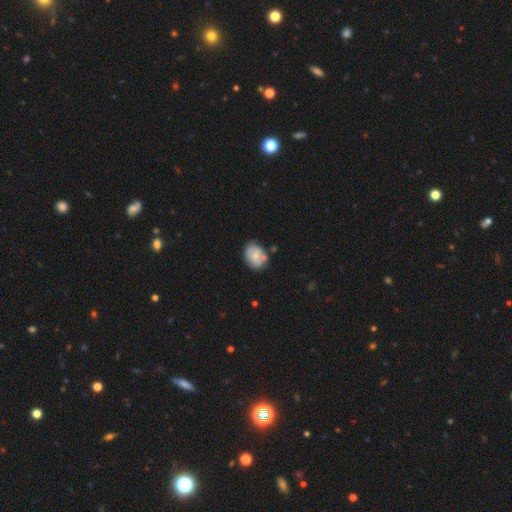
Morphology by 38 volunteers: smooth 66%, featured or disk 29%, star or artifact 5%. Down the decision tree: how rounded — round (64%); merging — none (56%).